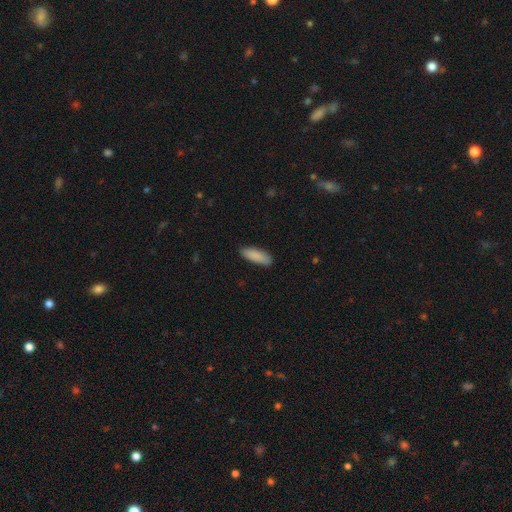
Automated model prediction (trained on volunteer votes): The model was most divided on "how rounded": in between: 59%, cigar-shaped: 40%, round: 2%. More confident: smooth or featured — smooth (89%); merging — none (85%).